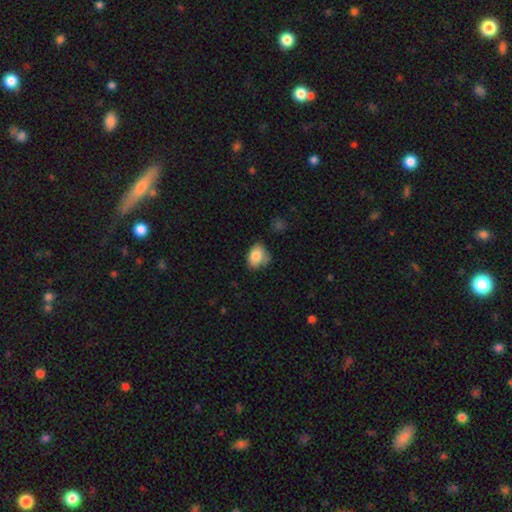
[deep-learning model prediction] This is clearly a smooth galaxy (82%). How rounded: likely in between (66%). Merging: possibly none (52%).